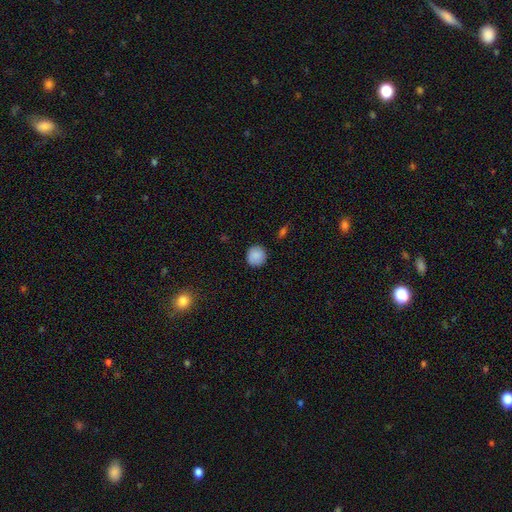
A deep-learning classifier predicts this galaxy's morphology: Smooth or featured: smooth — 89% (star or artifact — 8%)
How rounded: round — 94% (in between — 5%)
Merging: none — 90% (minor disturbance — 7%)